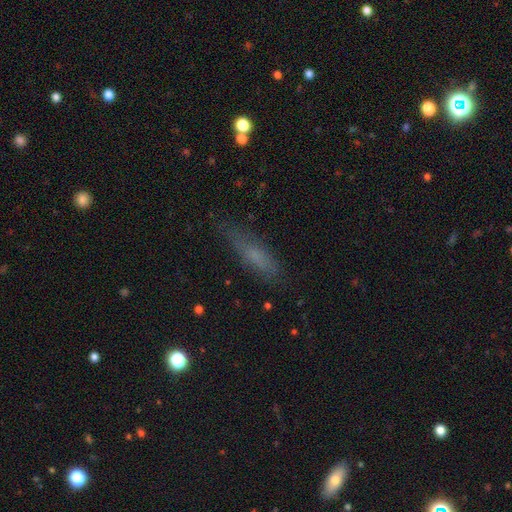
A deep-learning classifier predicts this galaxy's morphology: A smooth galaxy with no disk features (60%) that is cigar-shaped (69%). Merging: none (72%).